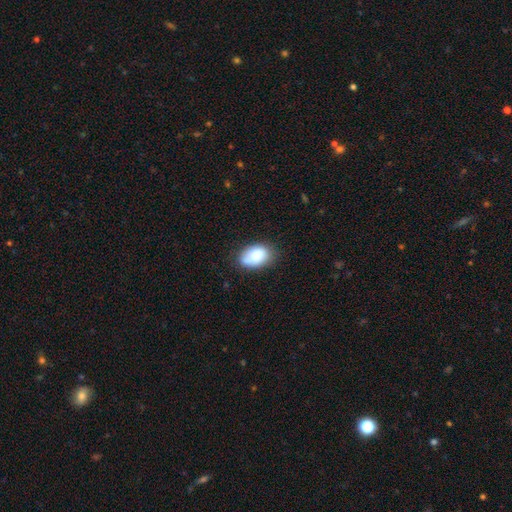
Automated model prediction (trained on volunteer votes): This appears to be a smooth galaxy with no disk features (82%) that is in between round and cigar-shaped (87%). Merging: none (70%).